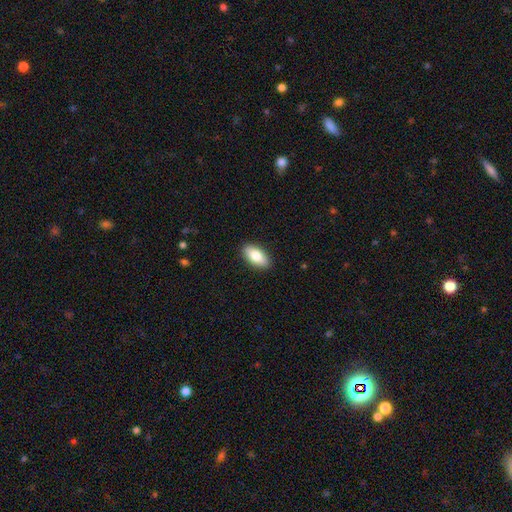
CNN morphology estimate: Smooth or featured?
  - smooth: 81% *
  - featured or disk: 13%
  - star or artifact: 6%
How rounded?
  - in between: 91% *
  - cigar-shaped: 6%
  - round: 3%
Merging?
  - none: 90% *
  - minor disturbance: 8%
  - major disturbance: 2%
  - merger: 1%